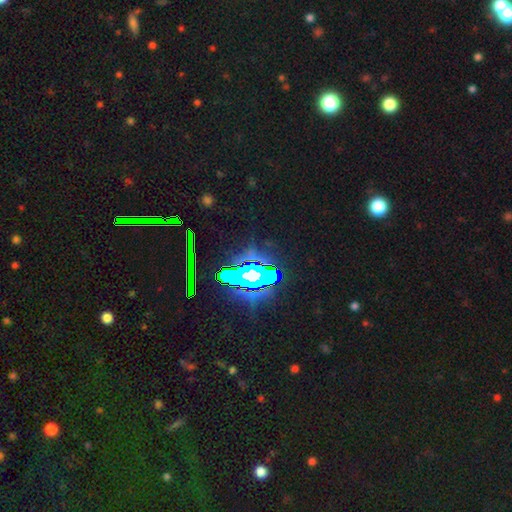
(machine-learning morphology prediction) This appears to be a star or artifact, not a galaxy (80%).